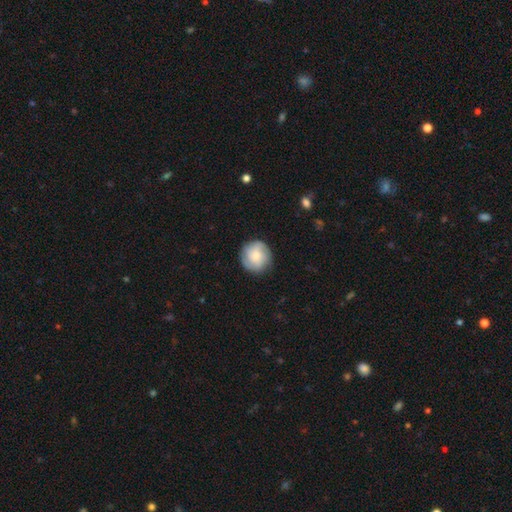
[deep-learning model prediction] Q: Smooth or featured?
A: smooth (58%); runner-up: featured or disk (35%)
Q: How rounded?
A: round (92%); runner-up: in between (7%)
Q: Merging?
A: none (83%); runner-up: minor disturbance (12%)